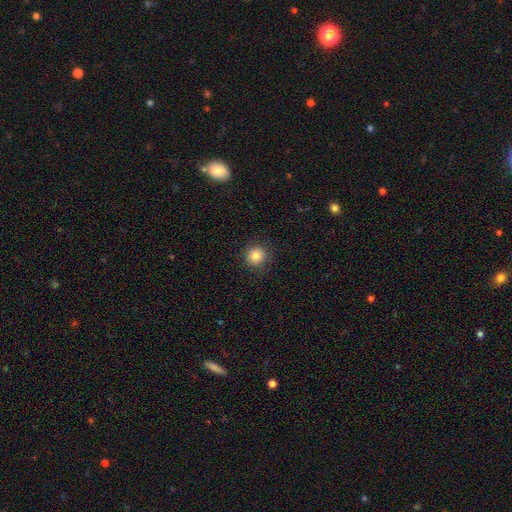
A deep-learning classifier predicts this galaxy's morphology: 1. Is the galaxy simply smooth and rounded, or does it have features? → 84% smooth, 11% star or artifact, 5% featured or disk.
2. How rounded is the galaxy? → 93% round, 7% in between, 1% cigar-shaped.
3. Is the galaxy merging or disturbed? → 89% none, 7% minor disturbance, 3% major disturbance, 1% merger.